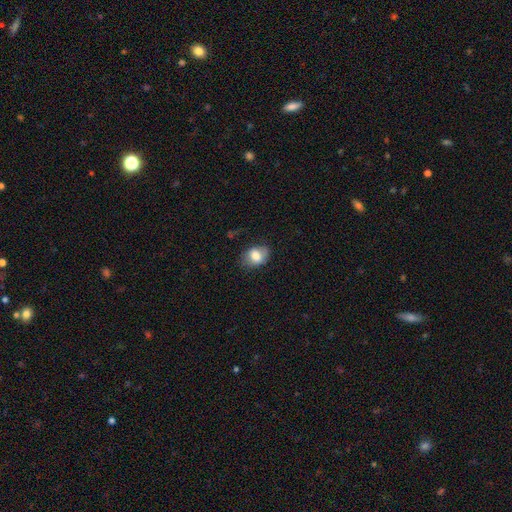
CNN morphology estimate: Overall: smooth (73%). How rounded: in between (67%; round 32%). Merging: none (68%).